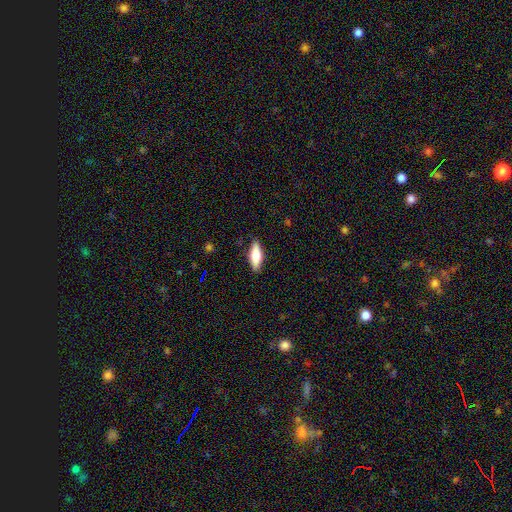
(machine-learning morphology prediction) This is likely a smooth galaxy (68%). How rounded: likely in between (61%). Merging: clearly none (87%).